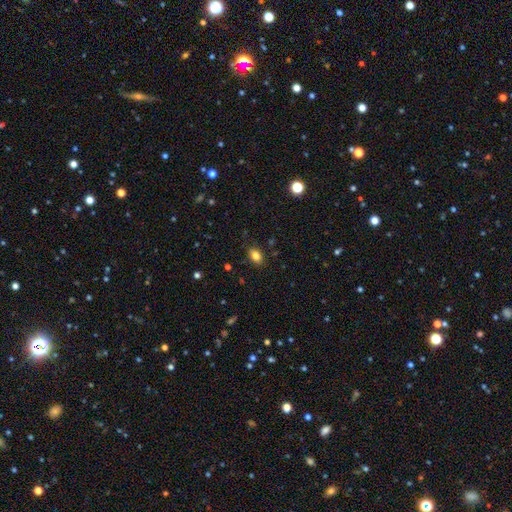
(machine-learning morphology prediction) This is clearly a smooth galaxy (83%). How rounded: clearly in between (81%). Merging: clearly none (84%).